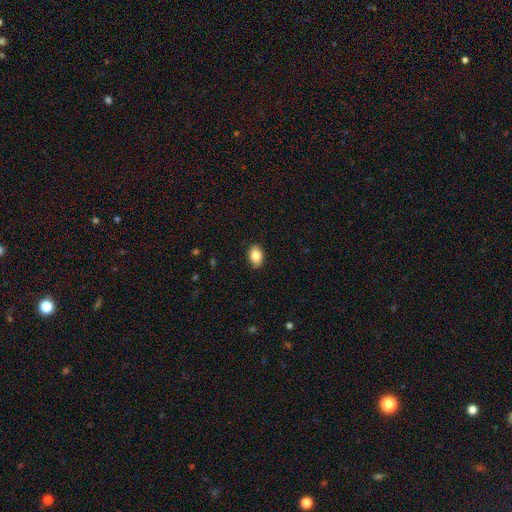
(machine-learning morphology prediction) A smooth galaxy with no disk features (86%) that is in between round and cigar-shaped (88%). Merging: none (89%).